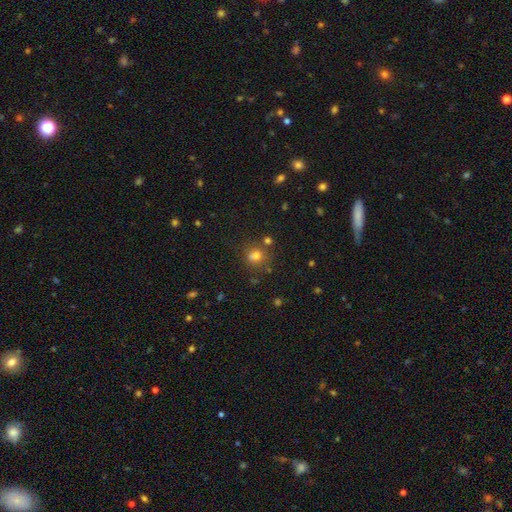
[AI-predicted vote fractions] smooth 70%, star or artifact 20%, featured or disk 10%. Down the decision tree: how rounded — round (79%); merging — none (61%).